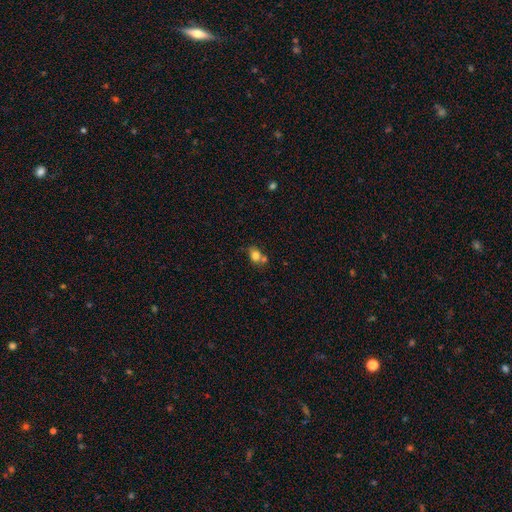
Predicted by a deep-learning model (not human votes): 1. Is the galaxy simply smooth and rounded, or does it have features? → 77% smooth, 12% star or artifact, 11% featured or disk.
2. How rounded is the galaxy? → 52% round, 46% in between, 1% cigar-shaped.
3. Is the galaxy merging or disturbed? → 45% none, 34% merger, 15% minor disturbance, 6% major disturbance.